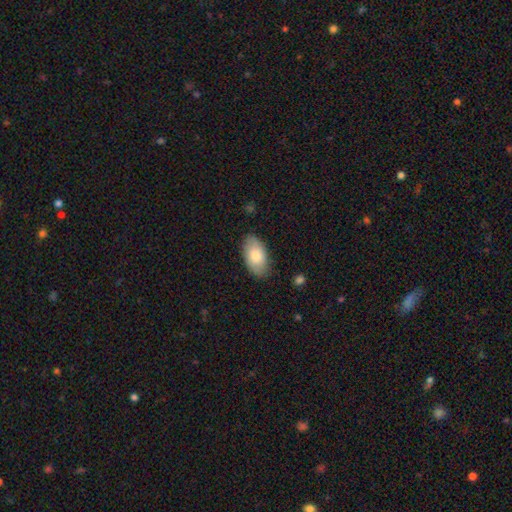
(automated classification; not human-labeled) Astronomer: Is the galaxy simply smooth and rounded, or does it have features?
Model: smooth — 81%.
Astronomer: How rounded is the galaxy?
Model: in between — 95%.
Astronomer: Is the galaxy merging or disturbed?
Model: none — 83%.